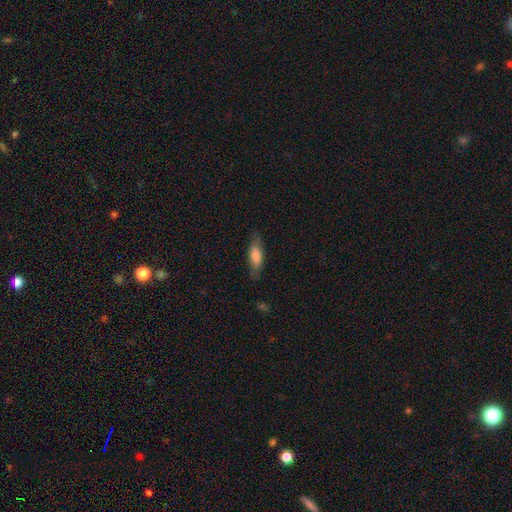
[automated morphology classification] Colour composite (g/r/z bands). It shows a smooth galaxy with no disk features (71%) that is in between round and cigar-shaped (57%). Merging: none (76%).